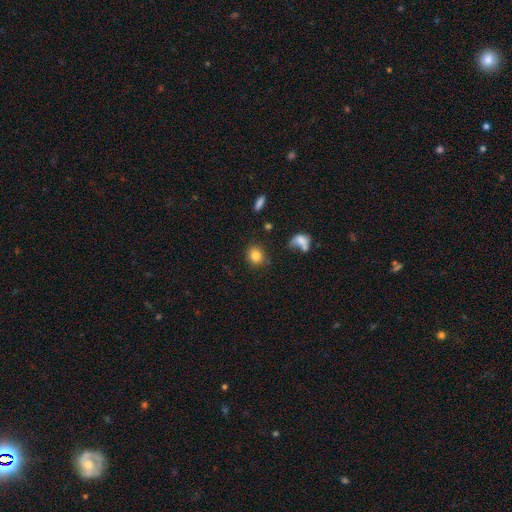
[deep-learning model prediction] Q: Smooth or featured?
A: smooth (83%); runner-up: star or artifact (10%)
Q: How rounded?
A: round (74%); runner-up: in between (25%)
Q: Merging?
A: none (82%); runner-up: minor disturbance (11%)